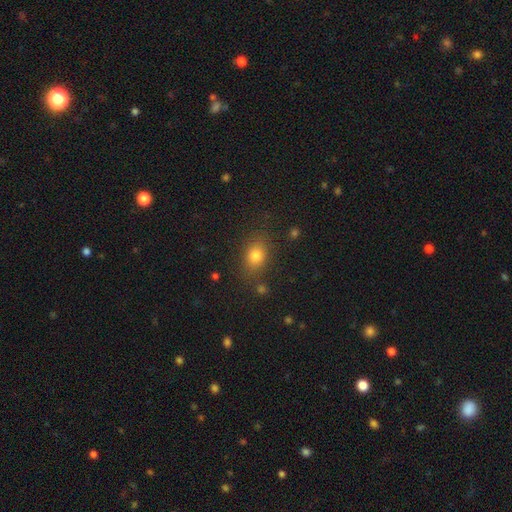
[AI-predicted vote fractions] smooth 78%, star or artifact 13%, featured or disk 9%. Down the decision tree: how rounded — in between (63%); merging — none (79%).